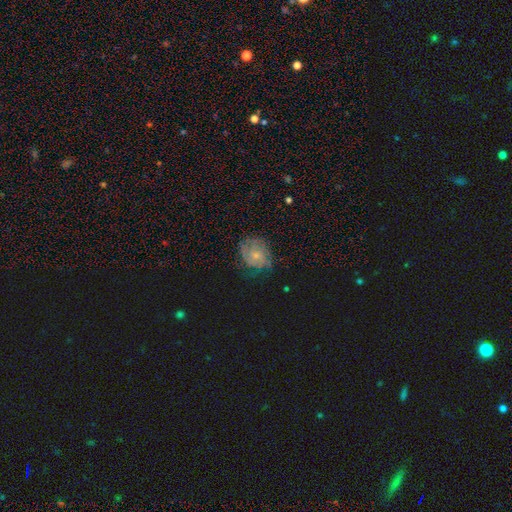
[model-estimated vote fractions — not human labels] smooth_or_featured: featured or disk (p=0.61) [alt: smooth p=0.28]
disk_edge_on: no (p=0.97) [alt: yes p=0.03]
bar: no (p=0.80) [alt: weak p=0.17]
has_spiral_arms: yes (p=0.84) [alt: no p=0.16]
bulge_size: small (p=0.69) [alt: moderate p=0.24]
merging: none (p=0.67) [alt: minor disturbance p=0.22]